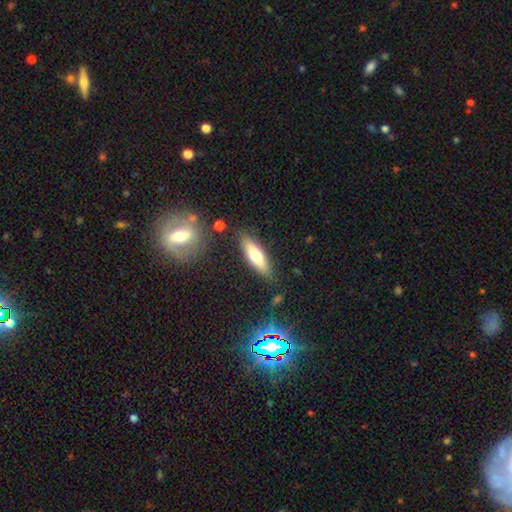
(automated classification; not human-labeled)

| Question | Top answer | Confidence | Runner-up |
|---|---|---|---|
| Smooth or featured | smooth | 60% | featured or disk (33%) |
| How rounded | cigar-shaped | 52% | in between (46%) |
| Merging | none | 84% | minor disturbance (11%) |